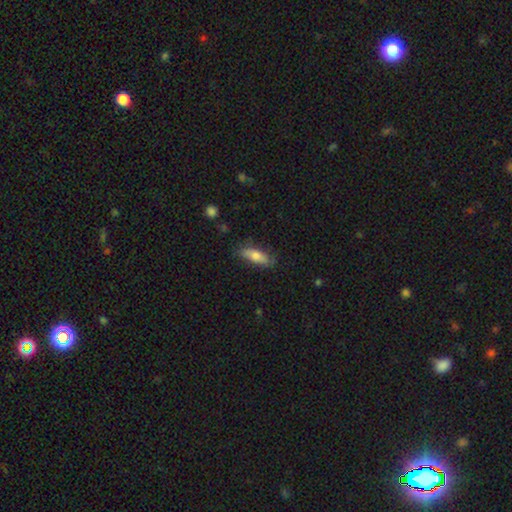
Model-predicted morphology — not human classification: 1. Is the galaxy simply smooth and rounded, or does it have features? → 70% smooth, 23% featured or disk, 6% star or artifact.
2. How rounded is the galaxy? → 63% in between, 35% cigar-shaped, 2% round.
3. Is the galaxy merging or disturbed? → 74% none, 20% minor disturbance, 5% major disturbance, 2% merger.